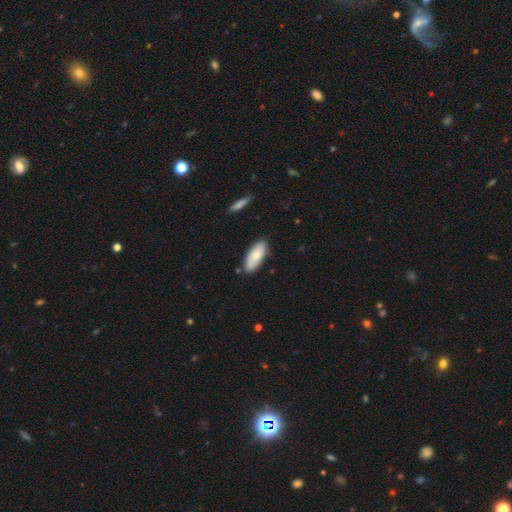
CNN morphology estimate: smooth_or_featured: smooth (p=0.72) [alt: featured or disk p=0.22]
how_rounded: in between (p=0.86) [alt: cigar-shaped p=0.12]
merging: none (p=0.81) [alt: minor disturbance p=0.14]